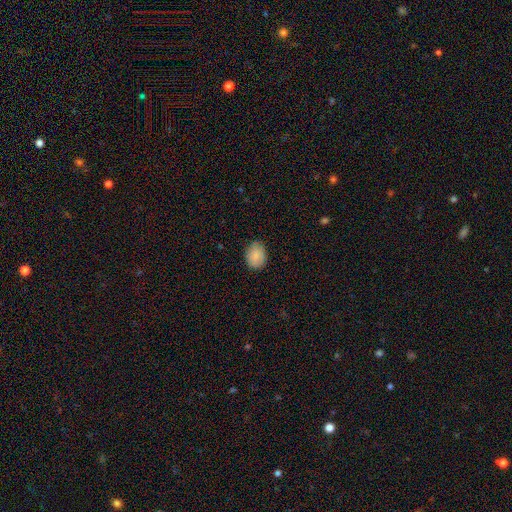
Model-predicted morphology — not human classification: A smooth galaxy with no disk features (88%) that is in between round and cigar-shaped (60%). Merging: none (83%).